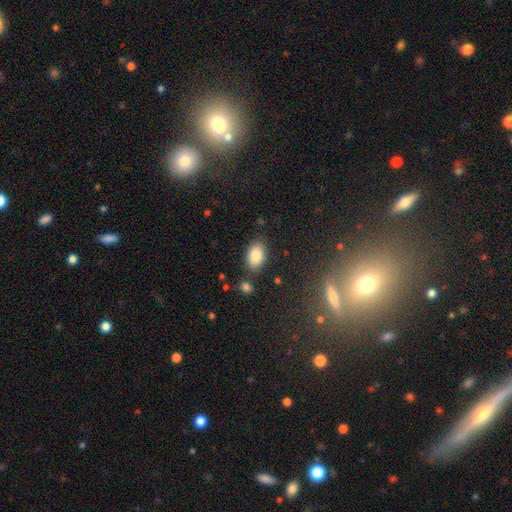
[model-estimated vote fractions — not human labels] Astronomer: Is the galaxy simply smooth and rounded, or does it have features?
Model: smooth — 87%.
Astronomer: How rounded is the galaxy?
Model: in between — 92%.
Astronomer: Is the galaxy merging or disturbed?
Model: none — 80%.